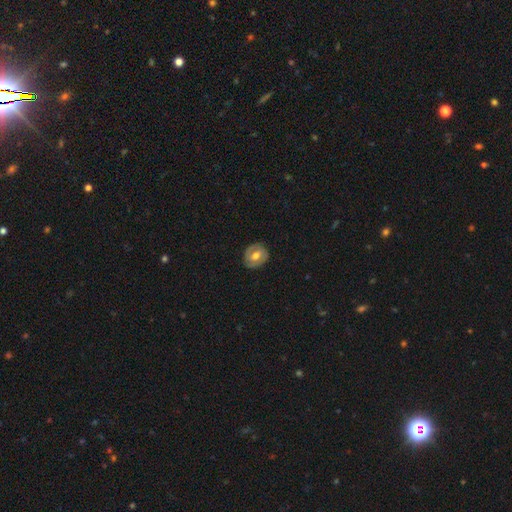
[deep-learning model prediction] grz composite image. It shows a featured or disk galaxy (57%) with a weak bar (45%), spiral arms (66%) and a moderate central bulge (73%). Merging: none (84%).